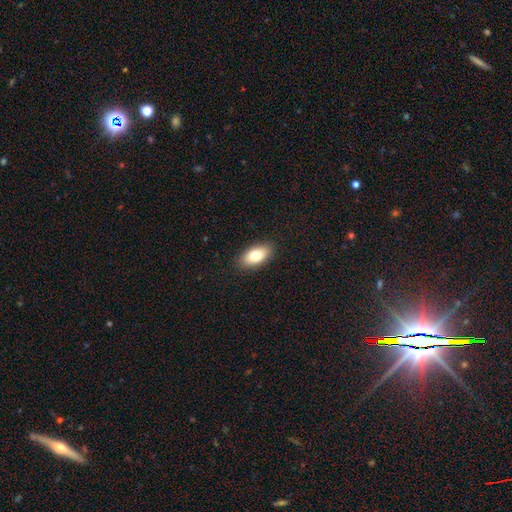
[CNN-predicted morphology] A smooth galaxy with no disk features (80%) that is in between round and cigar-shaped (91%).

Vote fractions:
- Smooth or featured? smooth: 80% / featured or disk: 14% / star or artifact: 7%
- How rounded? in between: 91% / cigar-shaped: 5% / round: 4%
- Merging? none: 89% / minor disturbance: 8% / major disturbance: 2% / merger: 1%